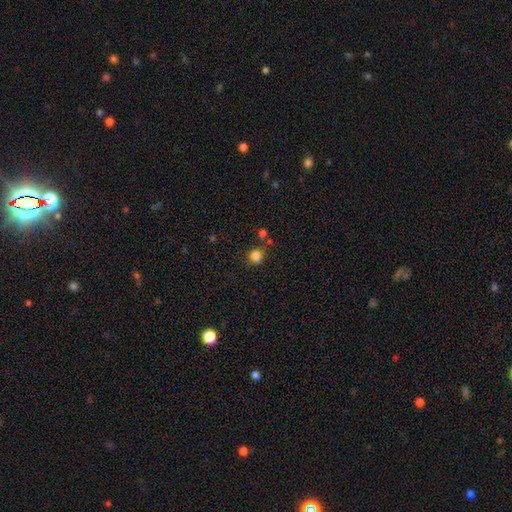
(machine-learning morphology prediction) type=smooth (81%); roundness=round (66%); merging=none (66%).